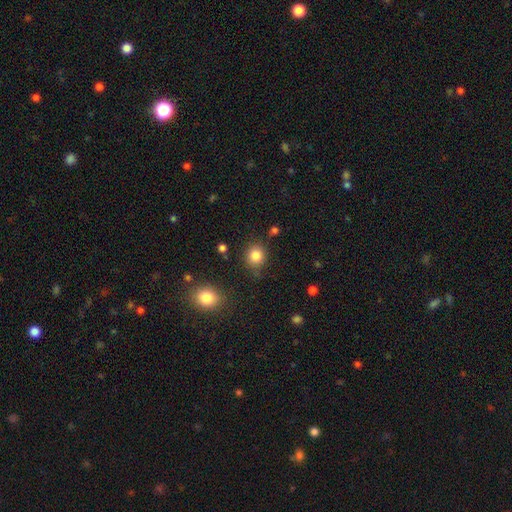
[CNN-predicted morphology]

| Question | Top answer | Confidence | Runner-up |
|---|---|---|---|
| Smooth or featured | smooth | 84% | star or artifact (11%) |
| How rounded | round | 82% | in between (17%) |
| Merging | none | 83% | minor disturbance (11%) |